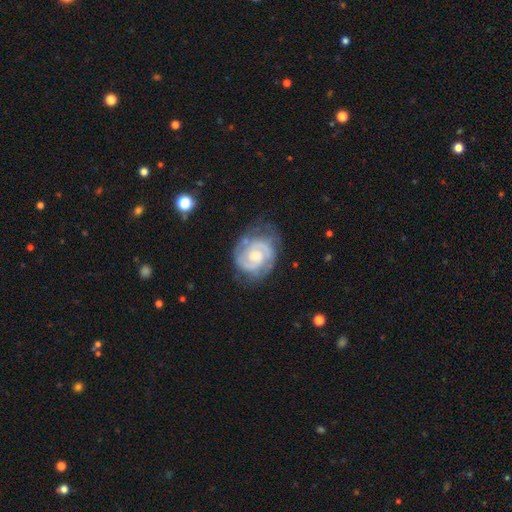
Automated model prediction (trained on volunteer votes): Morphology: type=featured or disk (87%); edge-on=no (98%); bar=no (57%); spiral arms=yes (96%); winding=tight (59%); arm count=2 (77%); bulge=moderate (45%); merging=none (68%).